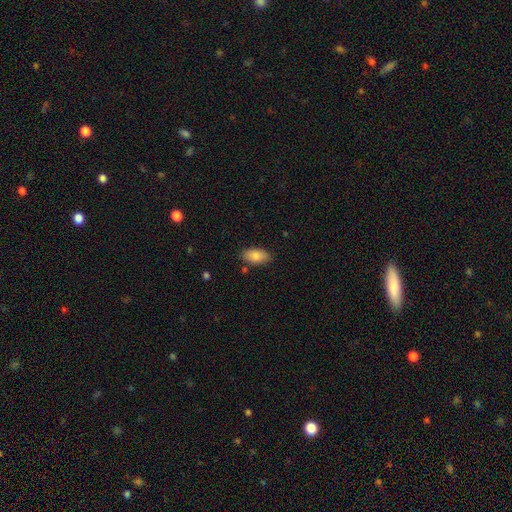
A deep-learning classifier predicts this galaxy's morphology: smooth_or_featured: smooth (p=0.83) [alt: featured or disk p=0.10]
how_rounded: in between (p=0.93) [alt: cigar-shaped p=0.04]
merging: none (p=0.83) [alt: minor disturbance p=0.12]